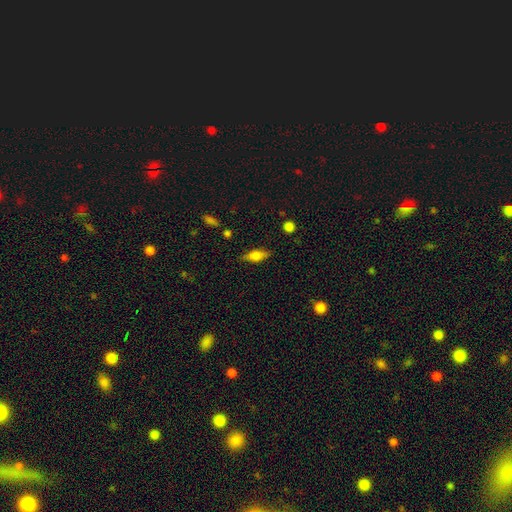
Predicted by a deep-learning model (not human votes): smooth_or_featured: smooth (p=0.61) [alt: featured or disk p=0.31]
how_rounded: in between (p=0.69) [alt: cigar-shaped p=0.26]
merging: none (p=0.82) [alt: minor disturbance p=0.13]